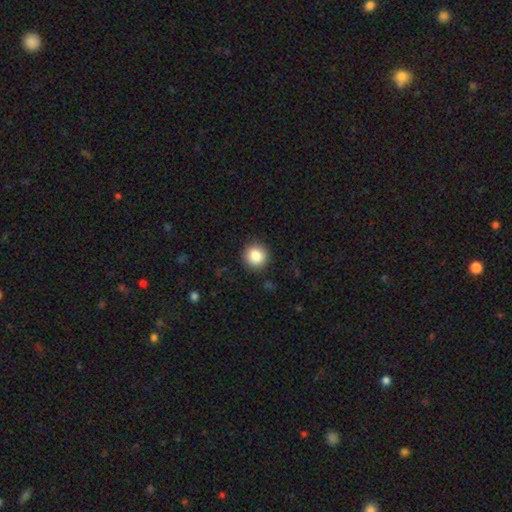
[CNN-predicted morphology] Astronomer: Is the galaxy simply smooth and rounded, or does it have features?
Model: smooth — 85%.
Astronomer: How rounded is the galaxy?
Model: round — 91%.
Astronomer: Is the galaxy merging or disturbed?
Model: none — 90%.